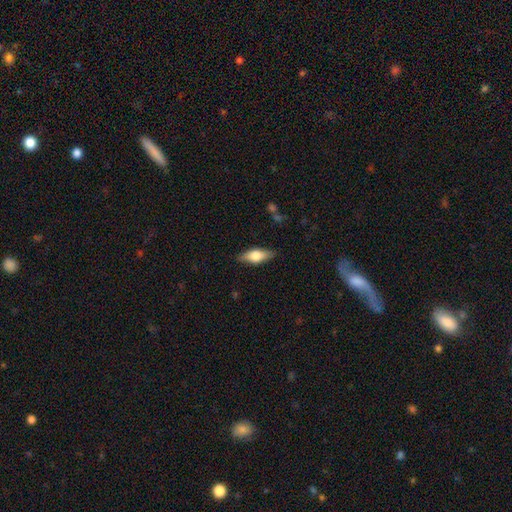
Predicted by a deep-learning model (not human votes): A smooth galaxy with no disk features (65%) that is in between round and cigar-shaped (74%).

Vote fractions:
- Smooth or featured? smooth: 65% / featured or disk: 29% / star or artifact: 6%
- How rounded? in between: 74% / cigar-shaped: 23% / round: 3%
- Merging? none: 83% / minor disturbance: 13% / major disturbance: 3% / merger: 1%